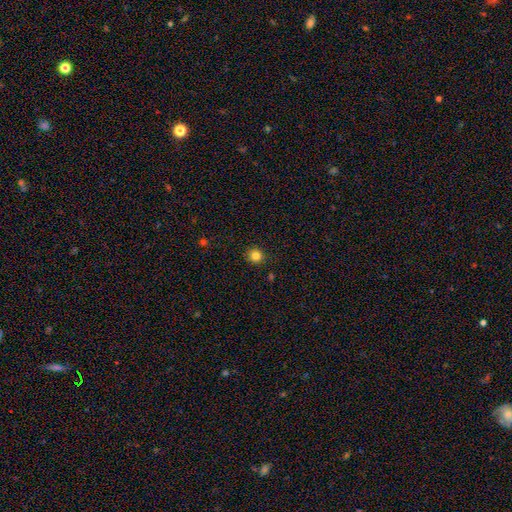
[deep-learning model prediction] smooth-or-featured: smooth: 83% | star or artifact: 13% | featured or disk: 5%
  how-rounded: round: 93% | in between: 6% | cigar-shaped: 1%
  merging: none: 91% | minor disturbance: 6% | major disturbance: 2% | merger: 1%